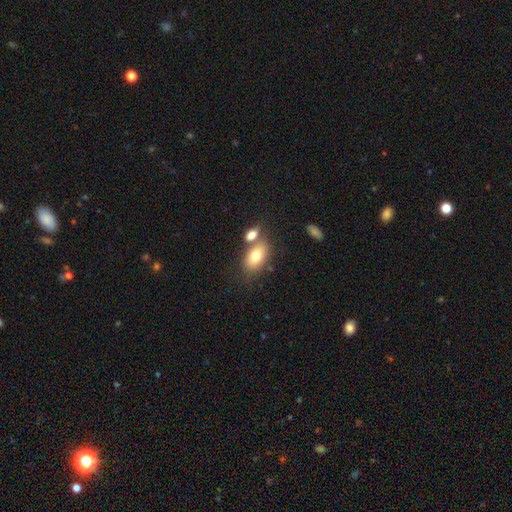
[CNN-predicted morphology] This appears to be a smooth galaxy with no disk features (76%) that is in between round and cigar-shaped (89%). Merging: none (52%).